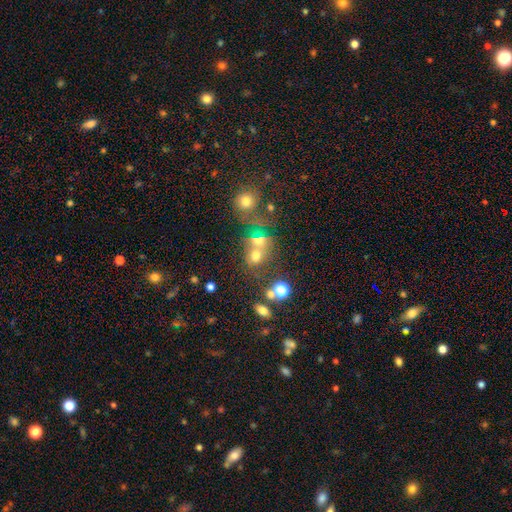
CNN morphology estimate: Smooth or featured?
  - smooth: 63% *
  - star or artifact: 22%
  - featured or disk: 15%
How rounded?
  - round: 65% *
  - in between: 33%
  - cigar-shaped: 1%
Merging?
  - merger: 45% *
  - none: 39%
  - minor disturbance: 10%
  - major disturbance: 7%